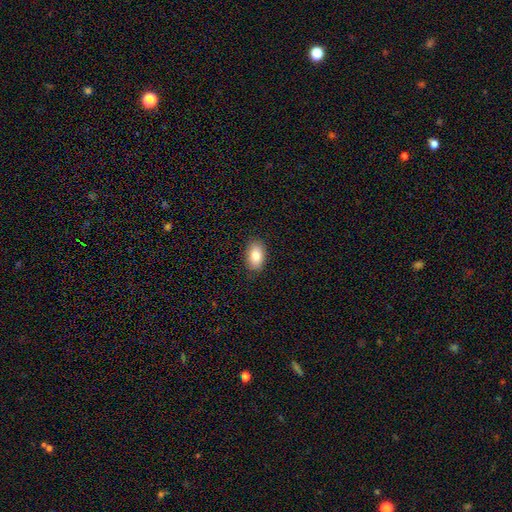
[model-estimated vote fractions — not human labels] This is clearly a smooth galaxy (84%). How rounded: clearly in between (92%). Merging: clearly none (88%).